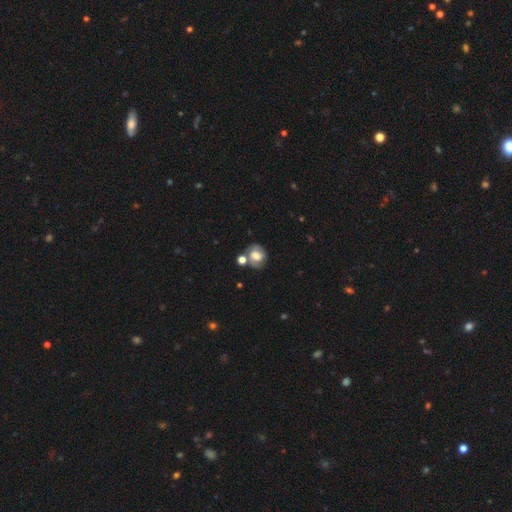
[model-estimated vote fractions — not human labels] This is possibly a smooth galaxy (51%). How rounded: likely round (62%). Merging: possibly none (55%).